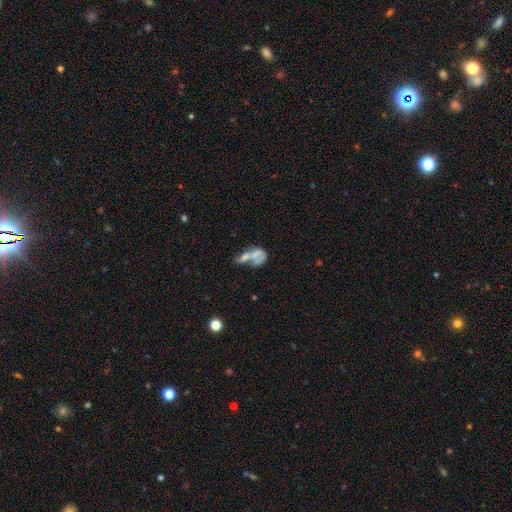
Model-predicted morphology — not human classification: smooth_or_featured: smooth (p=0.51) [alt: featured or disk p=0.38]
how_rounded: in between (p=0.75) [alt: round p=0.16]
merging: merger (p=0.62) [alt: major disturbance p=0.15]